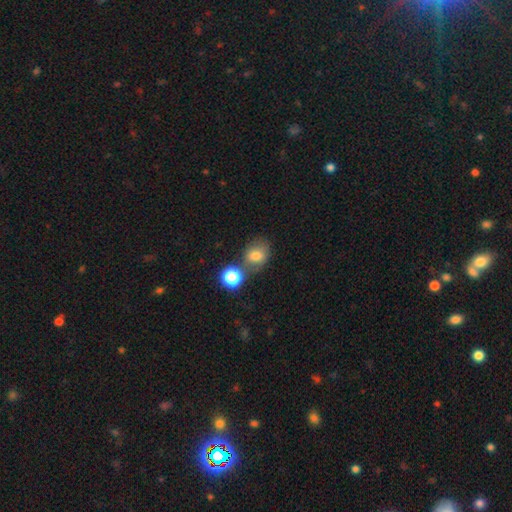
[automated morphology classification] type=smooth (74%); roundness=round (57%); merging=none (50%).